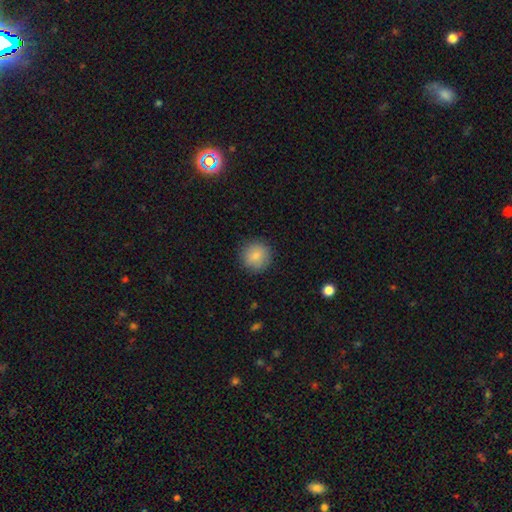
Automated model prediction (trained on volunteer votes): smooth-or-featured: smooth: 86% | star or artifact: 8% | featured or disk: 6%
  how-rounded: round: 93% | in between: 6% | cigar-shaped: 1%
  merging: none: 89% | minor disturbance: 8% | major disturbance: 2% | merger: 1%